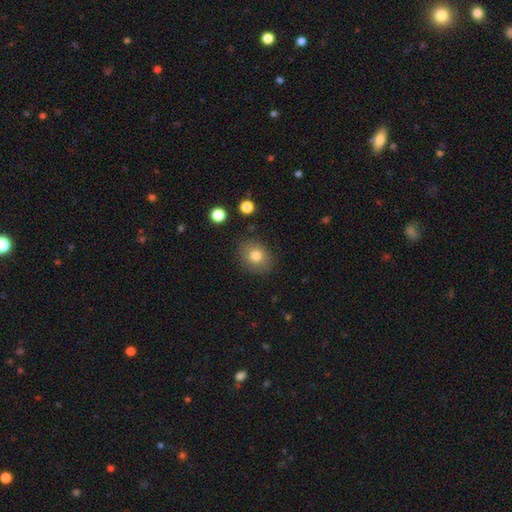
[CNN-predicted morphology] smooth 79%, featured or disk 11%, star or artifact 10%. Down the decision tree: how rounded — round (51%); merging — none (85%).